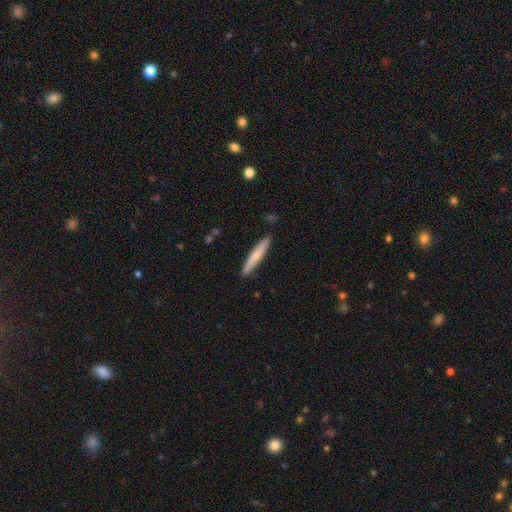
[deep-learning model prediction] This is likely a smooth galaxy (68%). How rounded: clearly cigar-shaped (94%). Merging: clearly none (89%).